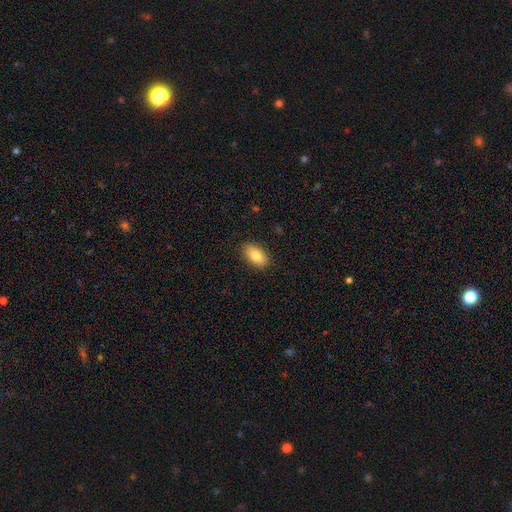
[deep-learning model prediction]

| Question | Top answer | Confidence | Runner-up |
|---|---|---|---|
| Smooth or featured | smooth | 84% | featured or disk (9%) |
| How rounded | in between | 92% | round (4%) |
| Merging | none | 88% | minor disturbance (9%) |